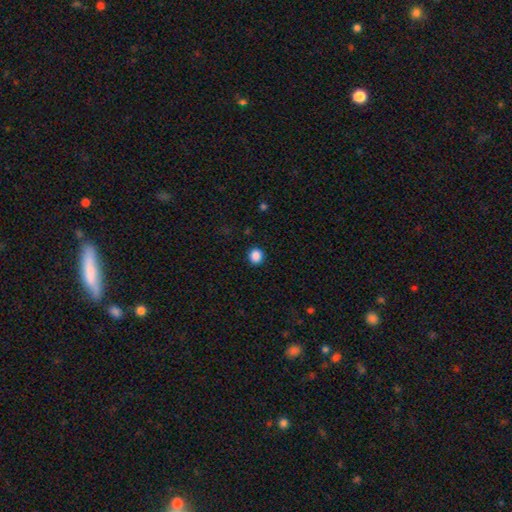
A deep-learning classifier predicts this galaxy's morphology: Q: Smooth or featured?
A: smooth (88%); runner-up: star or artifact (10%)
Q: How rounded?
A: round (87%); runner-up: in between (12%)
Q: Merging?
A: none (92%); runner-up: minor disturbance (5%)